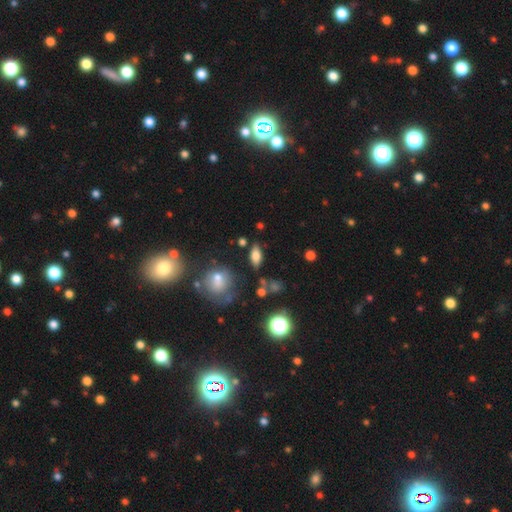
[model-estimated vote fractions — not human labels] smooth 71%, featured or disk 17%, star or artifact 11%. Down the decision tree: how rounded — in between (81%); merging — none (79%).